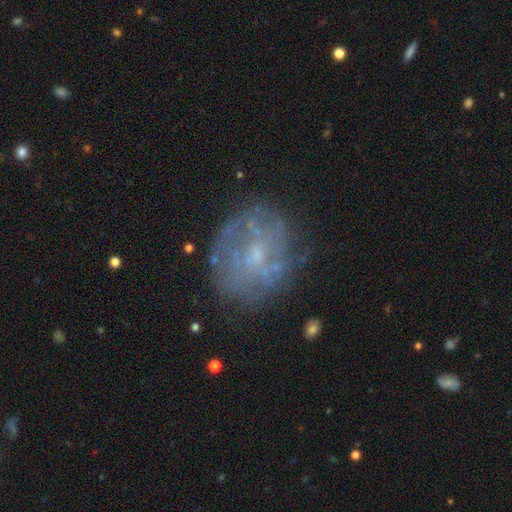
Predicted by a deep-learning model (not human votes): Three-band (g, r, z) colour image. It shows a featured or disk galaxy (65%) with no bar (69%), no spiral arms (53%) and a small central bulge (56%). Merging: none (69%).